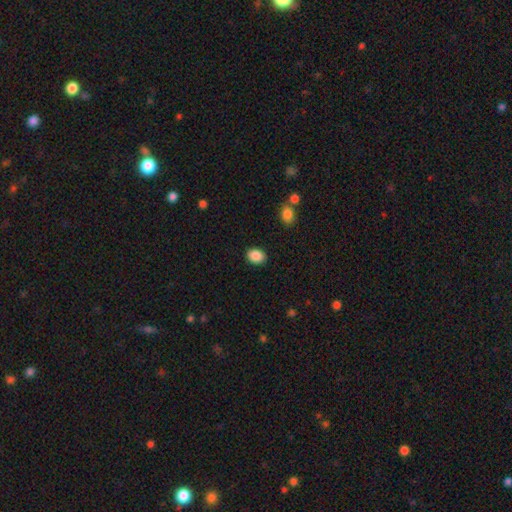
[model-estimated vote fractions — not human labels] Smooth or featured? smooth (89%)
How rounded? in between (62%)
Merging? none (88%)